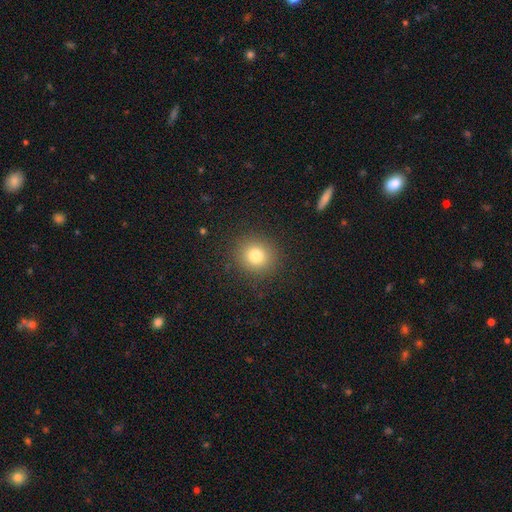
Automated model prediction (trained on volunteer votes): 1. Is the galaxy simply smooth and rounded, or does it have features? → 79% smooth, 13% star or artifact, 8% featured or disk.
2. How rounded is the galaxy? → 90% round, 9% in between, 1% cigar-shaped.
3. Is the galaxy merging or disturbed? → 90% none, 6% minor disturbance, 3% major disturbance, 1% merger.